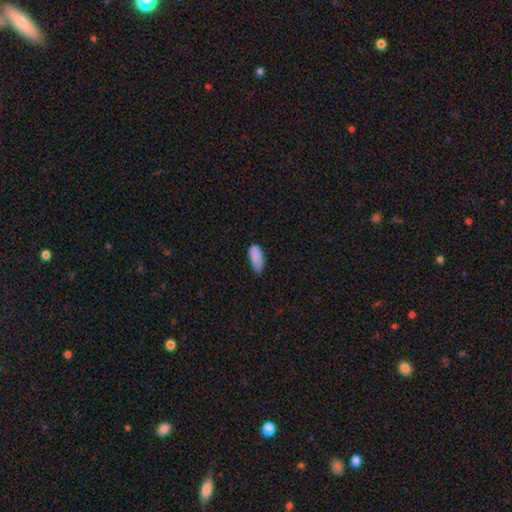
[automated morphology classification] smooth 85%, star or artifact 8%, featured or disk 7%. Down the decision tree: how rounded — in between (87%); merging — none (44%).